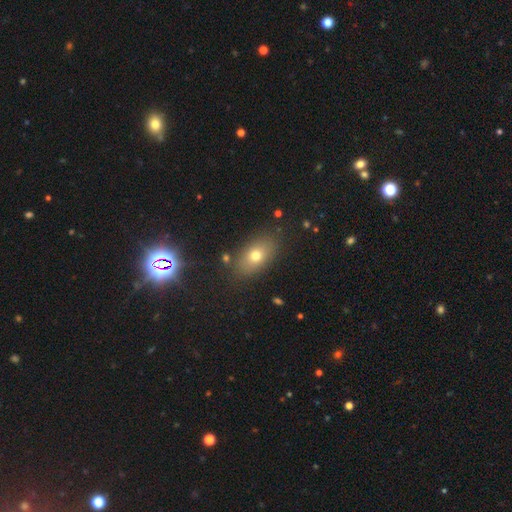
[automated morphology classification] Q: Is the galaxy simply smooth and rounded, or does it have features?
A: smooth — 72%.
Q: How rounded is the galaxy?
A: in between — 82%.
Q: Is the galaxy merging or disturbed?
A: none — 83%.